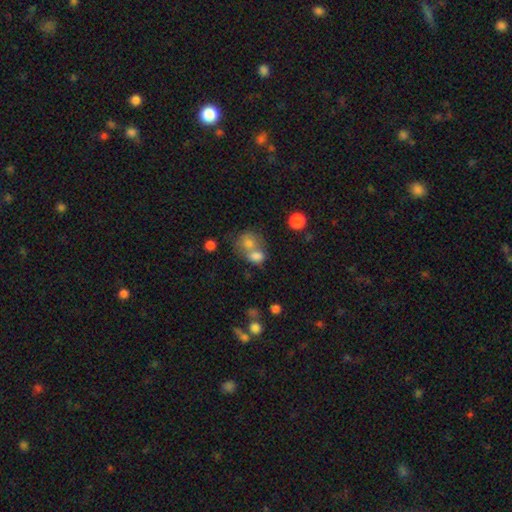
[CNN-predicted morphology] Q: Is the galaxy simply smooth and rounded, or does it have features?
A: smooth — 75%.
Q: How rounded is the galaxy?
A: in between — 56%.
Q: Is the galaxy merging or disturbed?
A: merger — 61%.